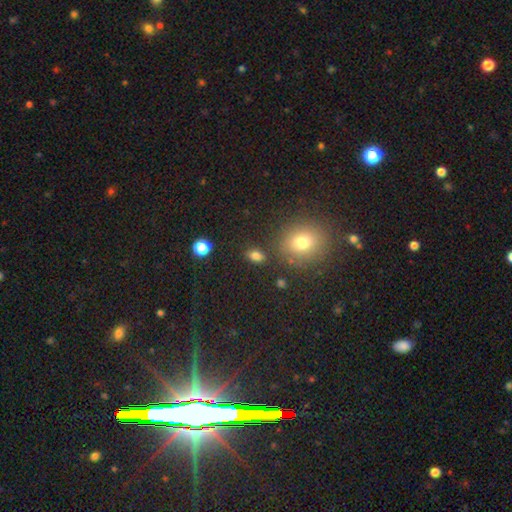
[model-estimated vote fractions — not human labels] Overall: smooth (81%). How rounded: in between (78%). Merging: none (81%).